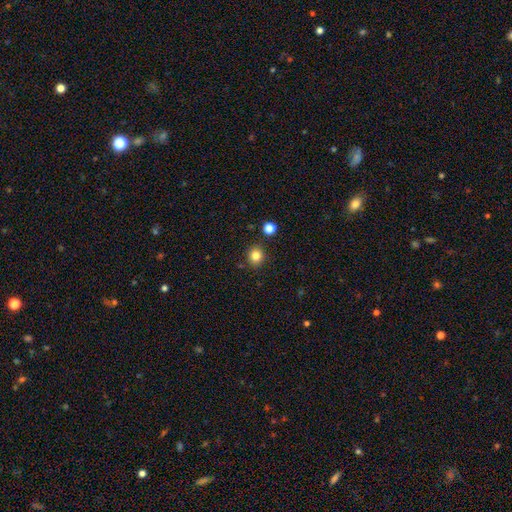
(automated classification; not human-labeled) This appears to be a smooth galaxy with no disk features (82%) that is round (87%). Merging: none (88%).